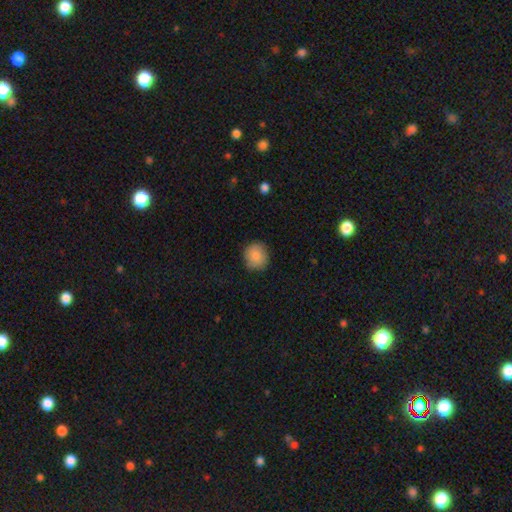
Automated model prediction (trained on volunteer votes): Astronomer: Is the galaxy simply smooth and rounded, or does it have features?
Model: smooth — 87%.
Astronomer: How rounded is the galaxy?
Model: round — 87%.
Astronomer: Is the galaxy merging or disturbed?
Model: none — 85%.